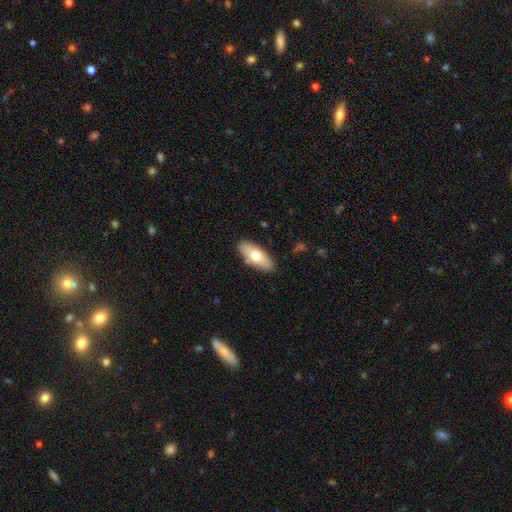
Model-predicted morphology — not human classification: A smooth galaxy with no disk features (64%) that is in between round and cigar-shaped (82%).

Vote fractions:
- Smooth or featured? smooth: 64% / featured or disk: 30% / star or artifact: 6%
- How rounded? in between: 82% / cigar-shaped: 16% / round: 3%
- Merging? none: 85% / minor disturbance: 10% / merger: 3% / major disturbance: 2%